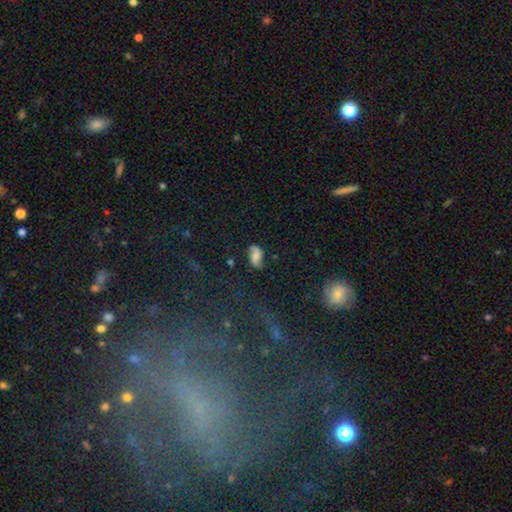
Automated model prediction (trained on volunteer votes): Smooth or featured? Predicted: smooth (p=0.46). Merging? Predicted: none (p=0.68).